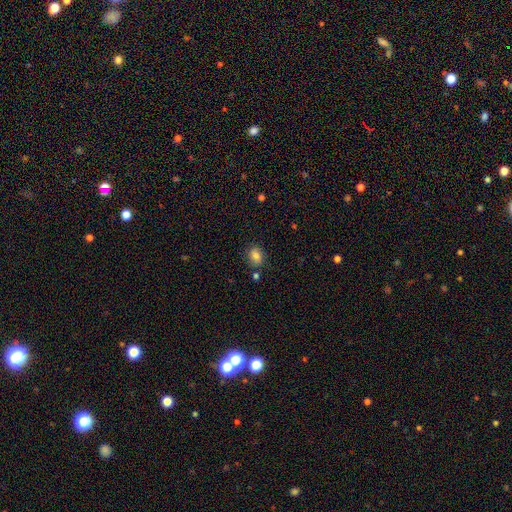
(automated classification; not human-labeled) smooth 81%, star or artifact 11%, featured or disk 8%. Down the decision tree: how rounded — in between (55%); merging — none (80%).